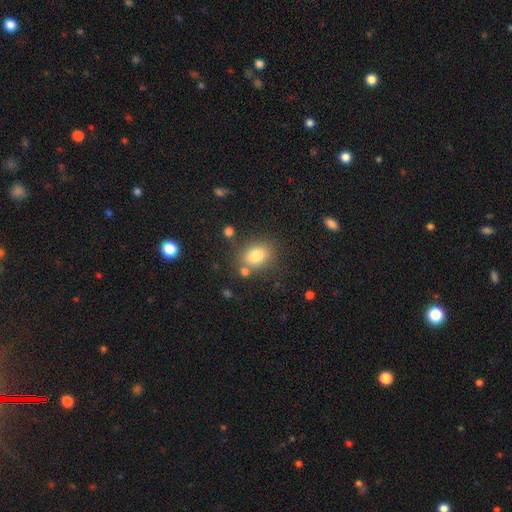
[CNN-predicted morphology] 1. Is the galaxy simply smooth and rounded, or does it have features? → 82% smooth, 10% star or artifact, 8% featured or disk.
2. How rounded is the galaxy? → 66% in between, 33% round, 1% cigar-shaped.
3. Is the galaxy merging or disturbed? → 73% none, 13% minor disturbance, 9% merger, 5% major disturbance.